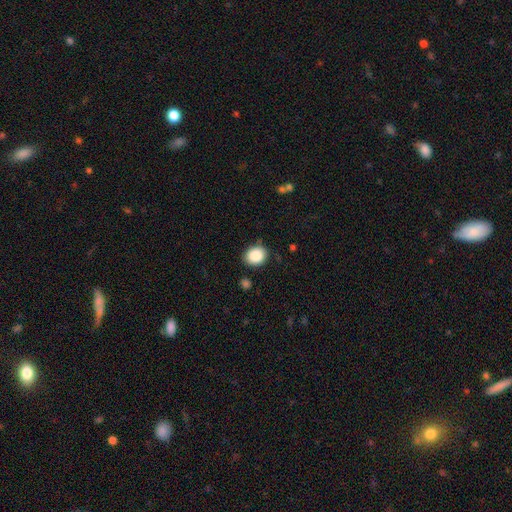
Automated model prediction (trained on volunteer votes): A smooth galaxy with no disk features (88%) that is round (58%). Merging: none (83%).